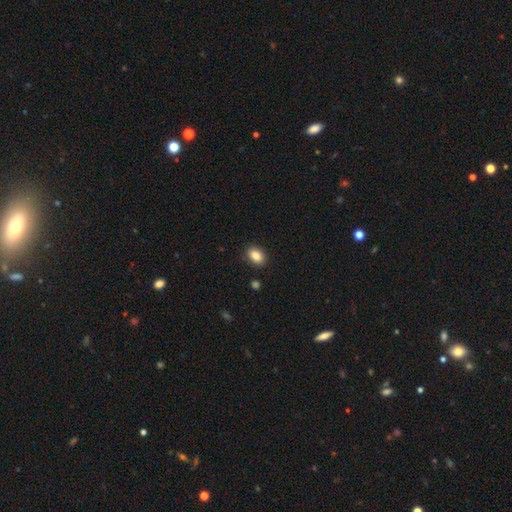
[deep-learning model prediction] This appears to be a smooth galaxy with no disk features (86%) that is in between round and cigar-shaped (80%). Merging: none (87%).